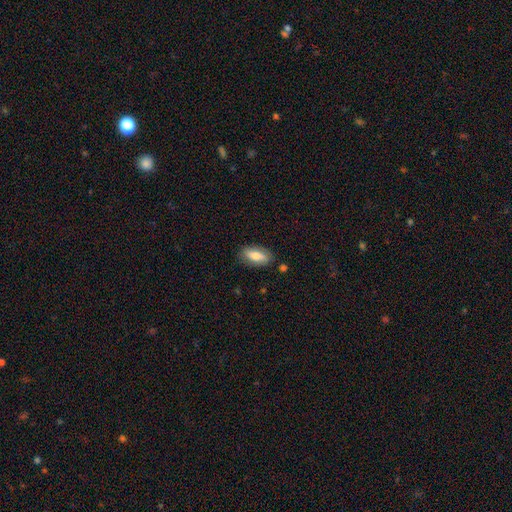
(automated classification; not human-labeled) smooth_or_featured: smooth (p=0.75) [alt: featured or disk p=0.19]
how_rounded: in between (p=0.87) [alt: cigar-shaped p=0.10]
merging: none (p=0.81) [alt: minor disturbance p=0.13]